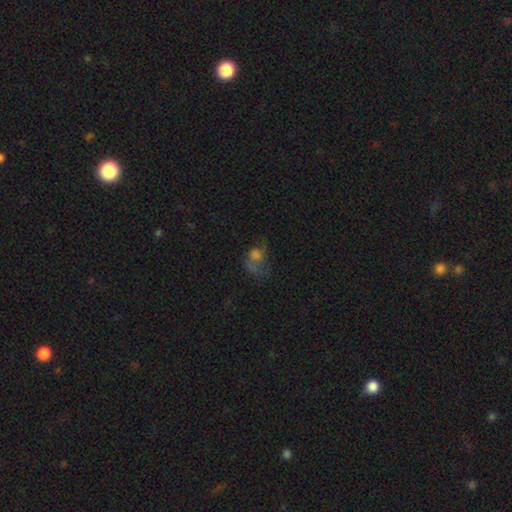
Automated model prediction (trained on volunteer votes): Smooth or featured? Predicted: smooth (p=0.49). Merging? Predicted: major disturbance (p=0.46).